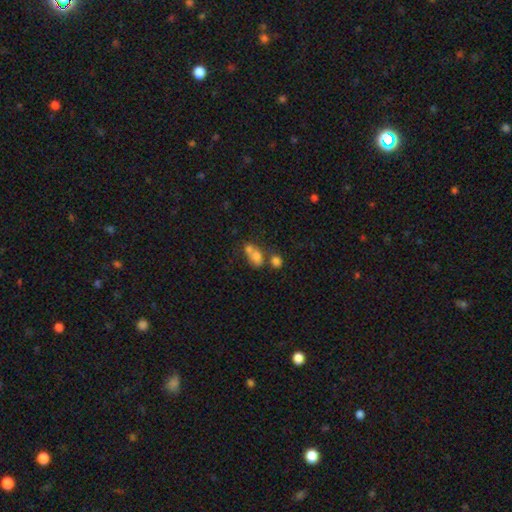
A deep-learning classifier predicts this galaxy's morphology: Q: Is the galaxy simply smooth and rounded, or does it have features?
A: smooth — 68%.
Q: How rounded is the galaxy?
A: in between — 57%.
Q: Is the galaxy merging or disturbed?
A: merger — 58%.